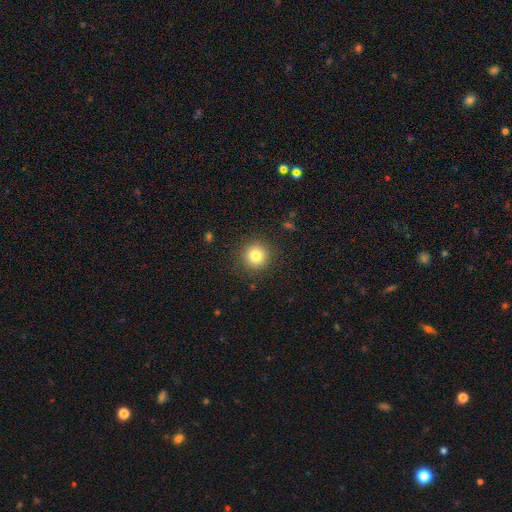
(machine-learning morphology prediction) Smooth or featured? Predicted: smooth (p=0.81). How rounded? Predicted: round (p=0.94). Merging? Predicted: none (p=0.89).